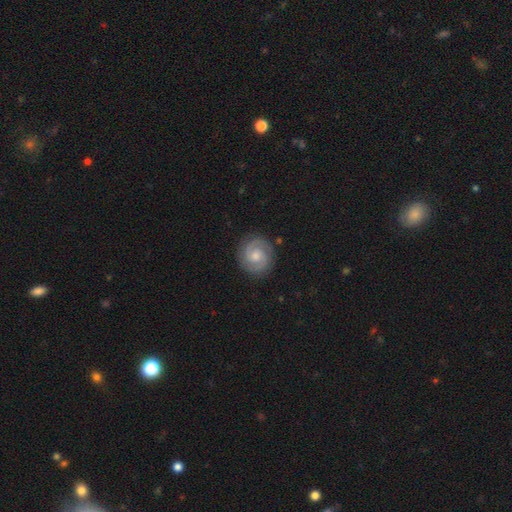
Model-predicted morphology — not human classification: Smooth or featured? featured or disk (84%)
Edge-on disk? no (98%)
Bar? no (55%)
Spiral arms? yes (98%)
Spiral winding? tight (60%)
Spiral arm count? 2 (91%)
Bulge size? moderate (53%)
Merging? none (87%)